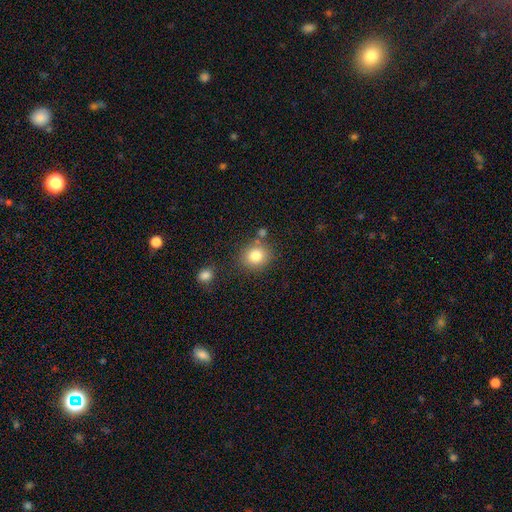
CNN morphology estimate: This appears to be a smooth galaxy with no disk features (81%) that is round (76%). Merging: none (77%).